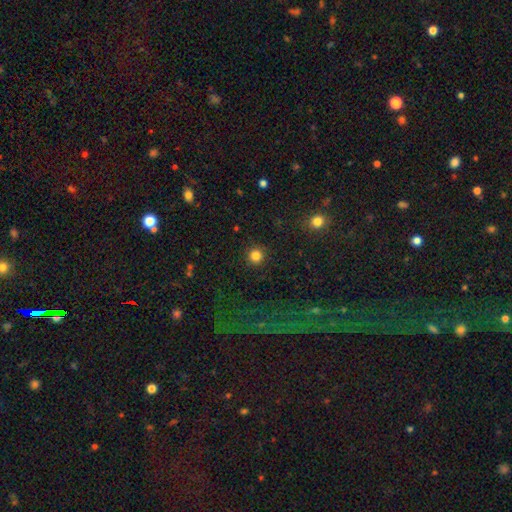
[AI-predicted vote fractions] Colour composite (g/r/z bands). It shows a smooth galaxy with no disk features (84%) that is round (95%). Merging: none (92%).